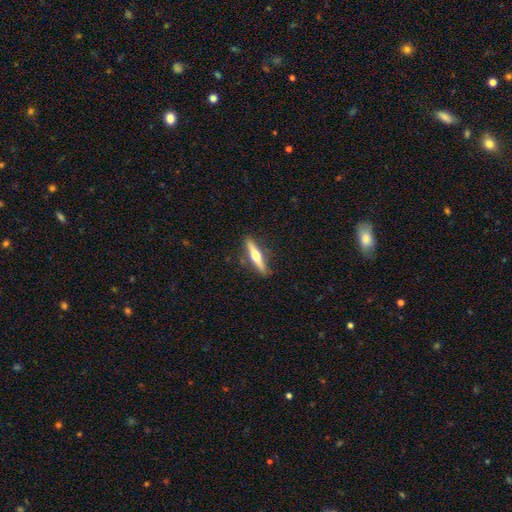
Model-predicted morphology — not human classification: Overall: featured or disk (58%; smooth 37%). Edge-on disk: yes (96%). Edge-on bulge: rounded (93%). Merging: none (88%).